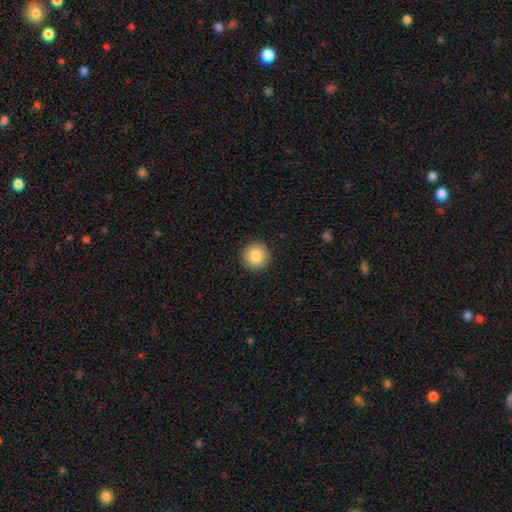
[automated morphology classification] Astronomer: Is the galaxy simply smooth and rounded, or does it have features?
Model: smooth — 85%.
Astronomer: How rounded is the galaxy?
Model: round — 95%.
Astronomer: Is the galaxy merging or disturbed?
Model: none — 93%.